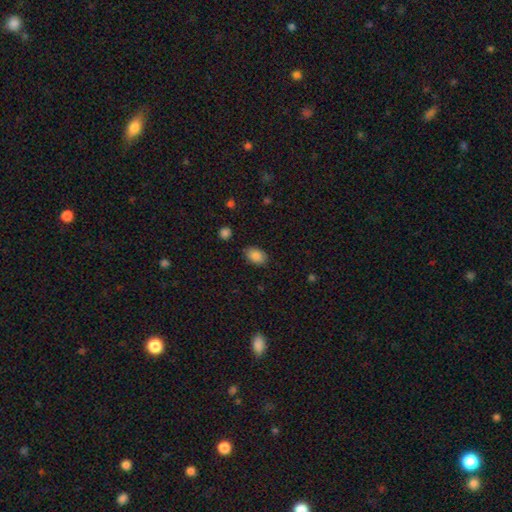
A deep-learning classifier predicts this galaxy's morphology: This is clearly a smooth galaxy (86%). How rounded: clearly in between (85%). Merging: clearly none (83%).